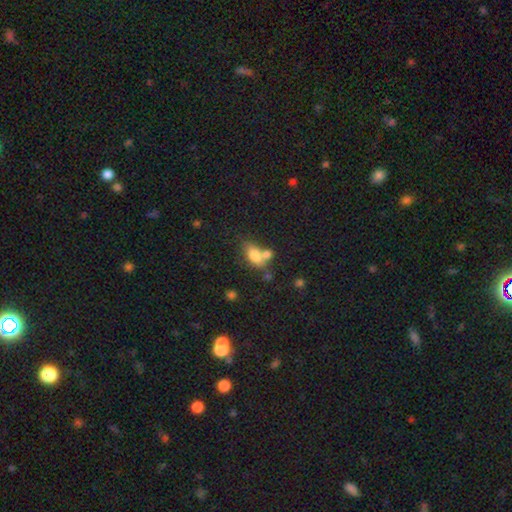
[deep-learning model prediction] Overall: smooth (75%). How rounded: in between (83%). Merging: merger (43%; none 35%).